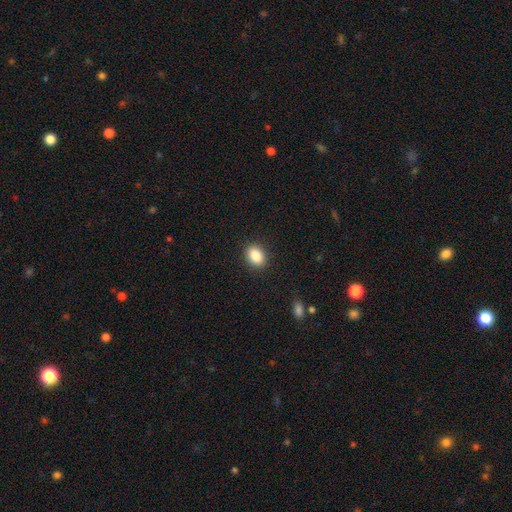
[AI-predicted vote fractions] Morphology: type=smooth (87%); roundness=in between (67%); merging=none (89%).